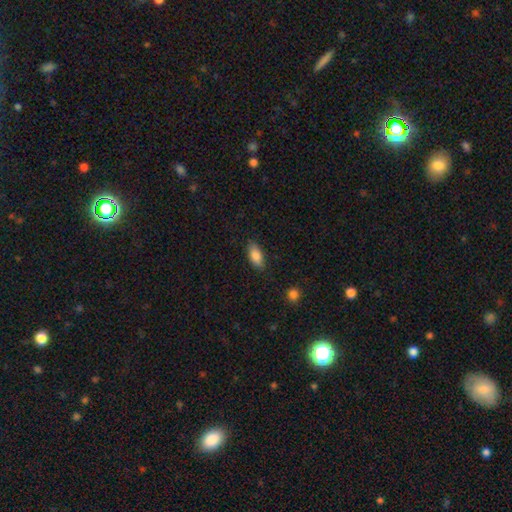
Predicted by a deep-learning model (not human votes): Smooth or featured? Predicted: smooth (p=0.86). How rounded? Predicted: in between (p=0.89). Merging? Predicted: none (p=0.84).